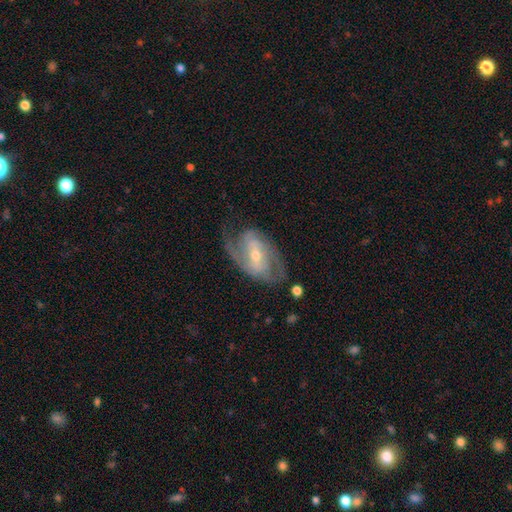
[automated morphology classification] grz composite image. It shows a featured or disk galaxy (86%) with a weak bar (44%), 2 (72%) medium (48%) spiral arms (95%) and a small central bulge (50%). Merging: none (68%).